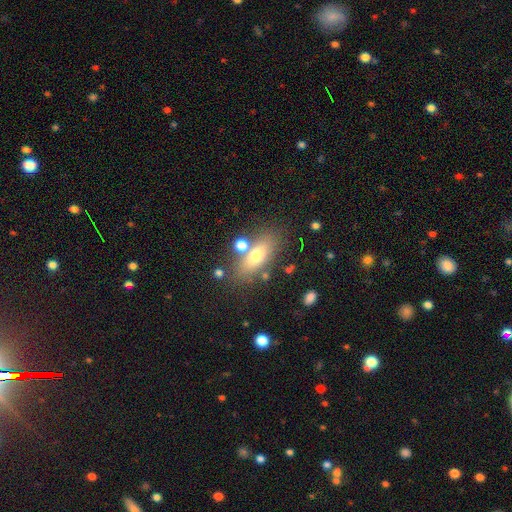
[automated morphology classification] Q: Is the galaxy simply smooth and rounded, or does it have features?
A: smooth — 66%.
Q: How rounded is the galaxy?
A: in between — 72%.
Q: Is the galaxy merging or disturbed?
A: none — 69%.